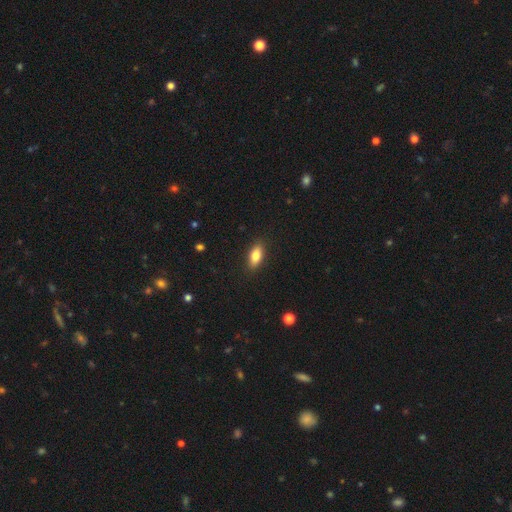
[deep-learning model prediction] Smooth or featured?
  - smooth: 81% *
  - featured or disk: 12%
  - star or artifact: 7%
How rounded?
  - in between: 83% *
  - cigar-shaped: 13%
  - round: 4%
Merging?
  - none: 88% *
  - minor disturbance: 8%
  - major disturbance: 2%
  - merger: 1%